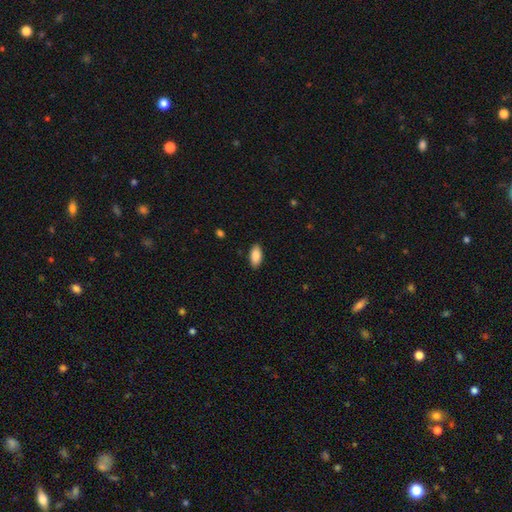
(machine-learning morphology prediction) type=smooth (89%); roundness=in between (93%); merging=none (88%).